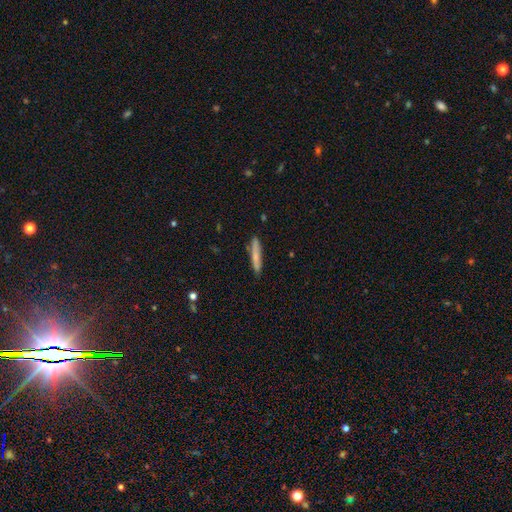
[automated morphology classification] Smooth or featured? Predicted: smooth (p=0.73). How rounded? Predicted: cigar-shaped (p=0.94). Merging? Predicted: none (p=0.87).